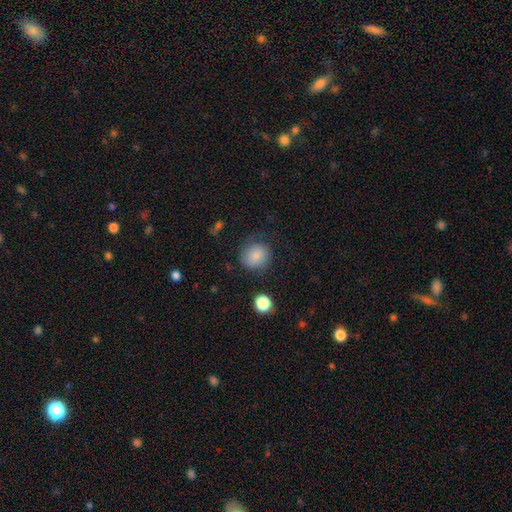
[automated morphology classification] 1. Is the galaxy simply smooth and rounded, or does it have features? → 81% smooth, 10% featured or disk, 9% star or artifact.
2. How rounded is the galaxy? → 84% round, 15% in between, 1% cigar-shaped.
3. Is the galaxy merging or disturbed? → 71% none, 19% minor disturbance, 9% major disturbance, 2% merger.